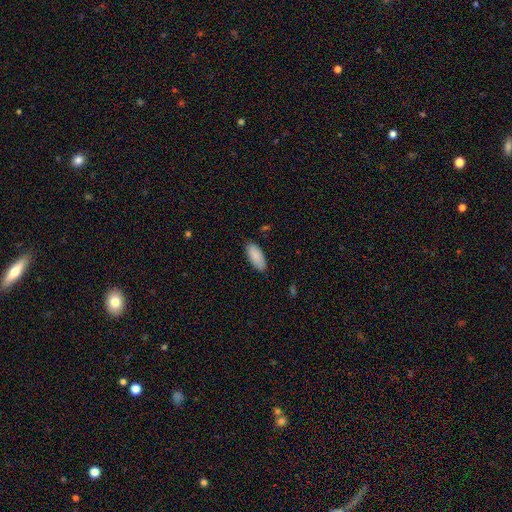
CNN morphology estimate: Q: Smooth or featured?
A: smooth (89%); runner-up: star or artifact (6%)
Q: How rounded?
A: in between (87%); runner-up: cigar-shaped (11%)
Q: Merging?
A: none (84%); runner-up: minor disturbance (13%)